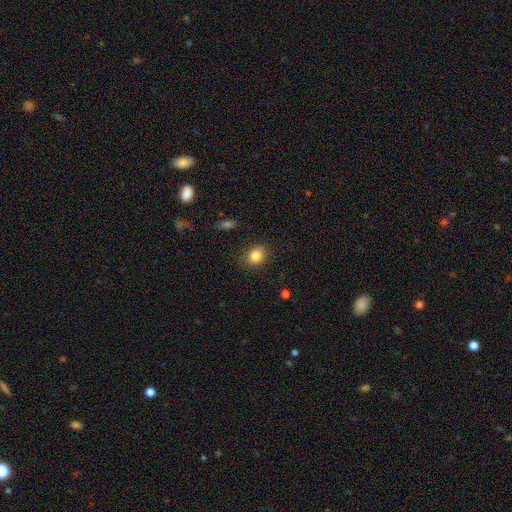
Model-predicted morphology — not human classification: Overall: smooth (84%). How rounded: round (59%; in between 40%). Merging: none (83%).